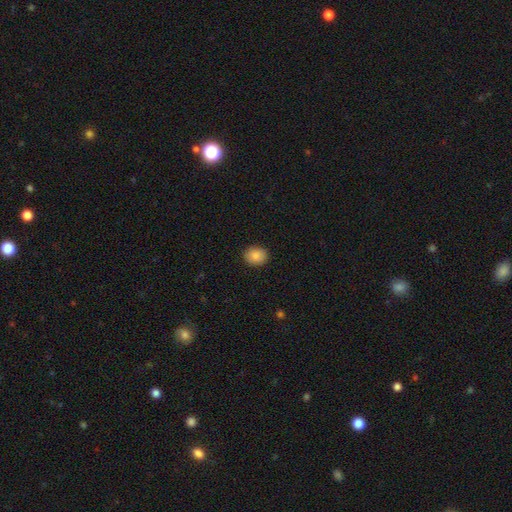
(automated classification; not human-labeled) This appears to be a smooth galaxy with no disk features (88%) that is round (60%). Merging: none (89%).